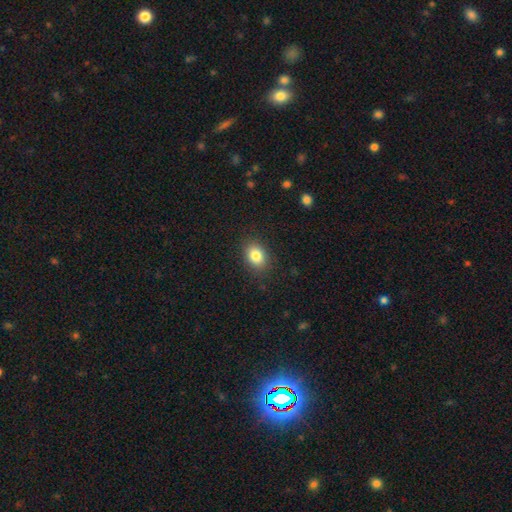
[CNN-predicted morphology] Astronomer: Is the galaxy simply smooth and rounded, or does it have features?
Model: smooth — 83%.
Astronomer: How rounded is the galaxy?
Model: in between — 66%.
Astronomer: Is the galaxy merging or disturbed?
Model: none — 87%.